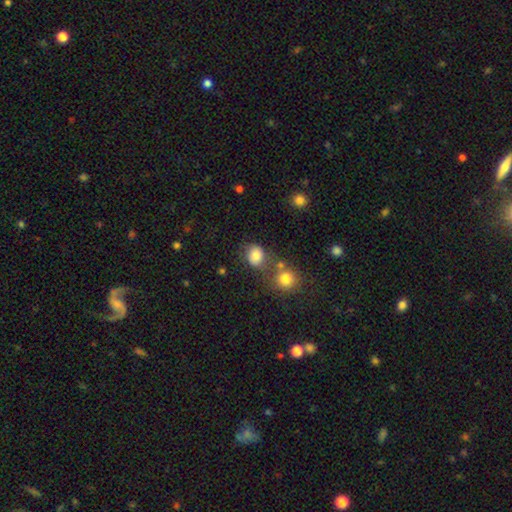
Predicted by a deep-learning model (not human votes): Smooth or featured? Predicted: smooth (p=0.80). How rounded? Predicted: round (p=0.65). Merging? Predicted: none (p=0.59).